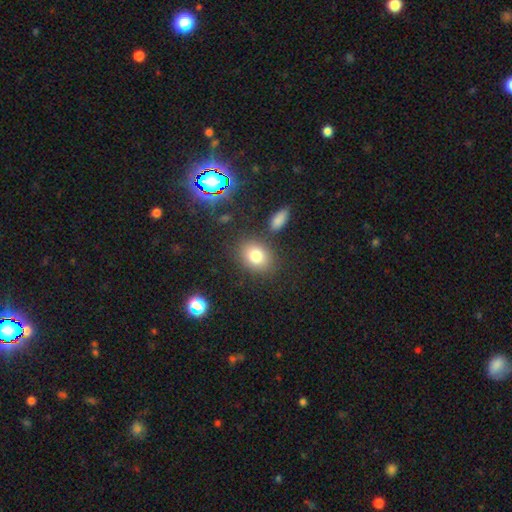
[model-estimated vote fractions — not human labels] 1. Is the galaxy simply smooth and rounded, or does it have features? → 78% smooth, 13% star or artifact, 9% featured or disk.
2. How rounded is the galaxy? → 50% round, 49% in between, 1% cigar-shaped.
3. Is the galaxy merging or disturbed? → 80% none, 11% minor disturbance, 6% merger, 4% major disturbance.